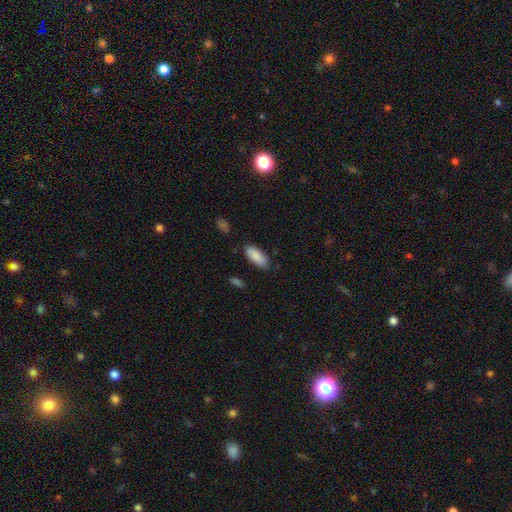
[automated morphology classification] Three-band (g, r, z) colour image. It shows a smooth galaxy with no disk features (89%) that is in between round and cigar-shaped (80%). Merging: none (82%).